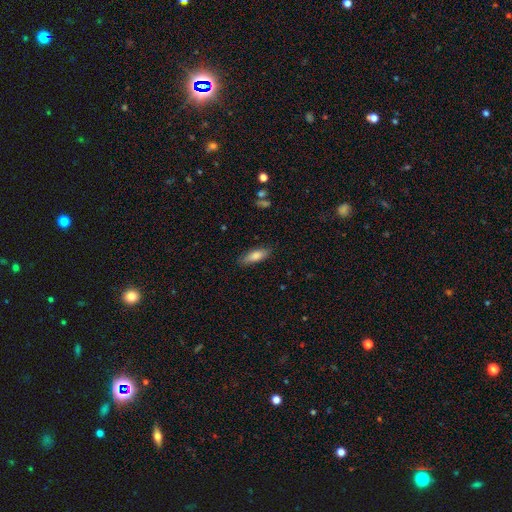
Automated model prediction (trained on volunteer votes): Smooth or featured? smooth (81%)
How rounded? in between (62%)
Merging? none (83%)